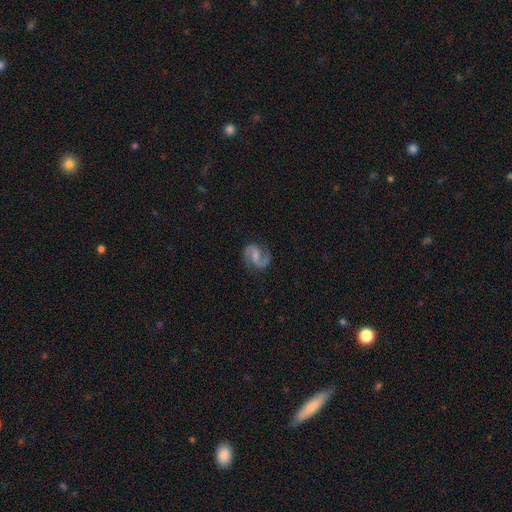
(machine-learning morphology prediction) featured or disk 88%, smooth 7%, star or artifact 5%. Down the decision tree: edge-on disk — no (98%); bar — weak (51%); spiral arms — yes (97%); spiral arm count — 2 (93%); spiral winding — medium (59%); bulge size — small (34%); merging — none (80%).